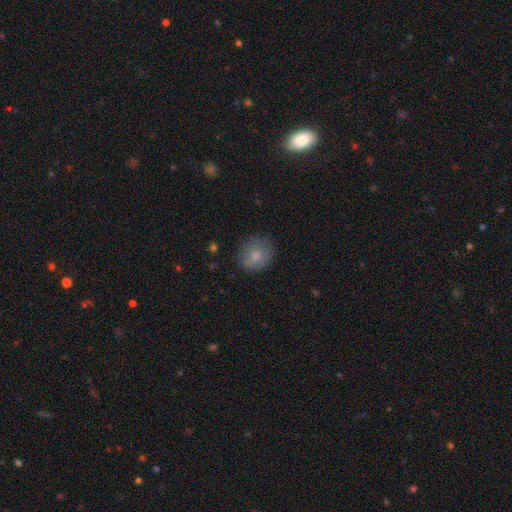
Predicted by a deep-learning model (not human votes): Smooth or featured? Predicted: smooth (p=0.77). How rounded? Predicted: round (p=0.73). Merging? Predicted: none (p=0.76).